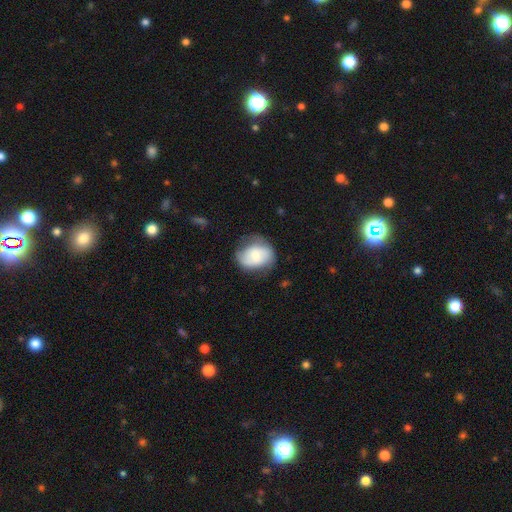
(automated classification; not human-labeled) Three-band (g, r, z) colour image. It shows a smooth galaxy with no disk features (59%) that is in between round and cigar-shaped (56%). Merging: none (56%).